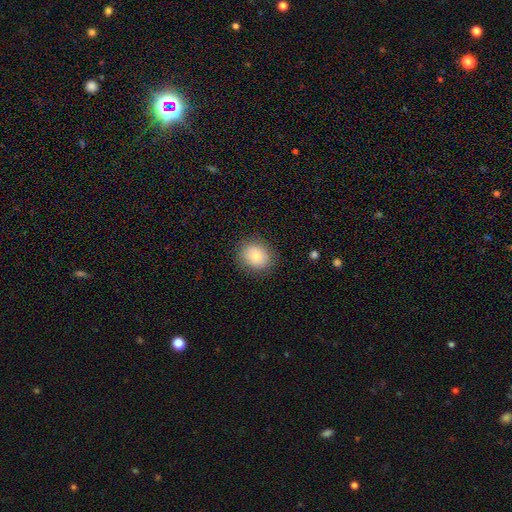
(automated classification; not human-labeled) Smooth or featured? smooth (81%)
How rounded? round (79%)
Merging? none (87%)